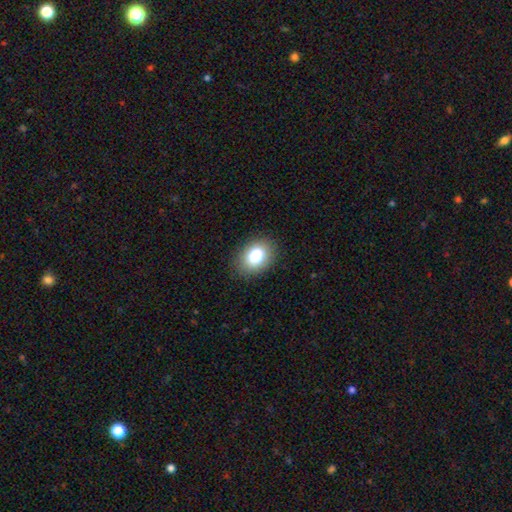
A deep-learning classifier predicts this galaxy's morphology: This appears to be a smooth galaxy with no disk features (85%) that is in between round and cigar-shaped (74%). Merging: none (85%).